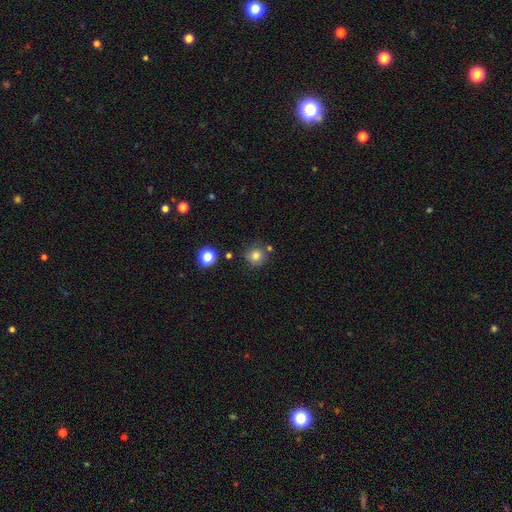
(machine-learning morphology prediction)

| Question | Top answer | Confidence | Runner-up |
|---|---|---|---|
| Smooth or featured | smooth | 80% | star or artifact (13%) |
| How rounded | round | 91% | in between (8%) |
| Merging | none | 78% | minor disturbance (11%) |